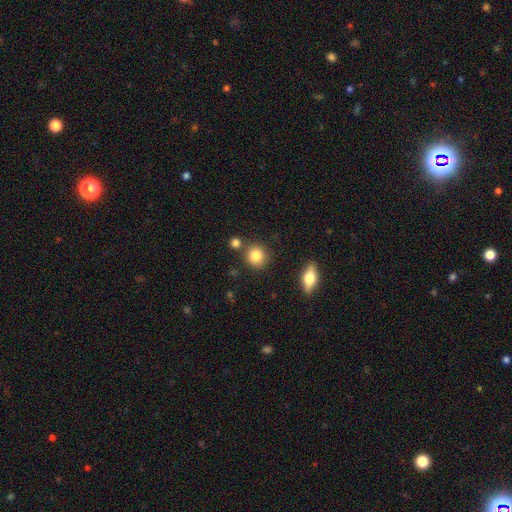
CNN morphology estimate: Smooth or featured? Predicted: smooth (p=0.84). How rounded? Predicted: round (p=0.88). Merging? Predicted: none (p=0.81).